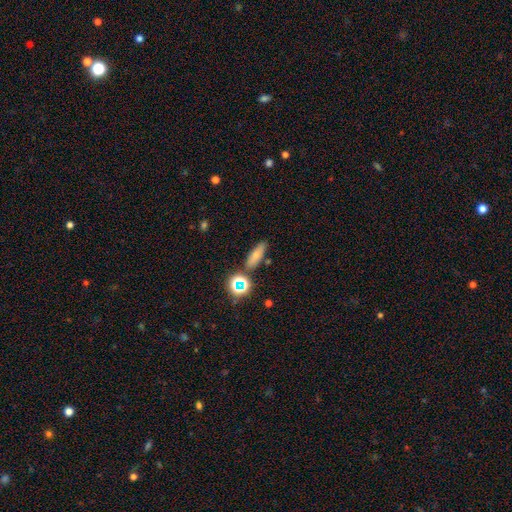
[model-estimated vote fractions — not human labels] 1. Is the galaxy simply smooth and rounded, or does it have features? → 67% smooth, 17% featured or disk, 17% star or artifact.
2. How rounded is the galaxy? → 52% in between, 40% cigar-shaped, 8% round.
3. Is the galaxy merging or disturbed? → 77% none, 12% minor disturbance, 7% merger, 3% major disturbance.